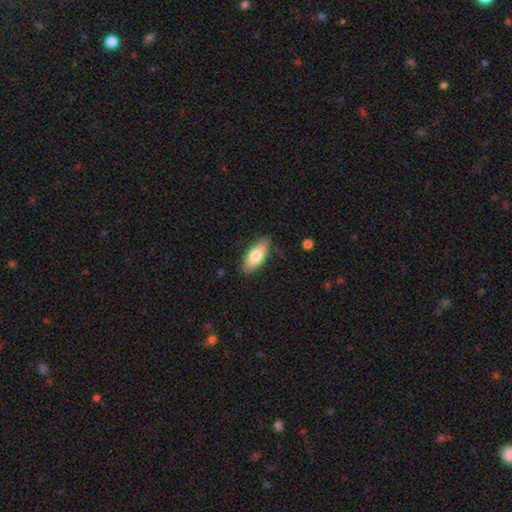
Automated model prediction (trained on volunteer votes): Morphology: type=smooth (73%); roundness=in between (82%); merging=none (84%).